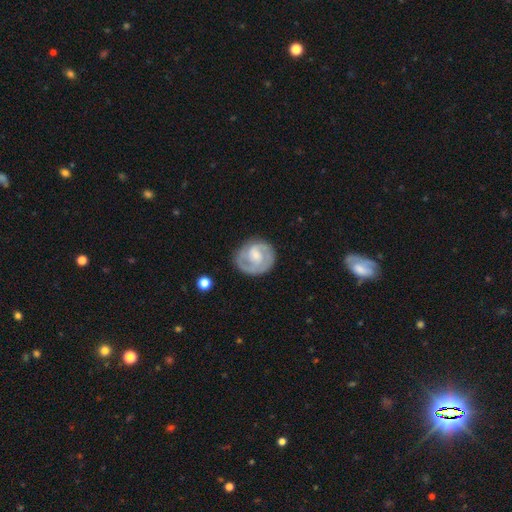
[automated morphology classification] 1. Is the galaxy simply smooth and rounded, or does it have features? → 81% featured or disk, 14% smooth, 5% star or artifact.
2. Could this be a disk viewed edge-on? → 98% no, 2% yes.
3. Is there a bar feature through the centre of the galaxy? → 48% no, 43% weak, 9% strong.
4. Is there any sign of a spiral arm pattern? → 95% yes, 5% no.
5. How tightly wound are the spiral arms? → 52% tight, 39% medium, 9% loose.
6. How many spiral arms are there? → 69% 2, 10% can't tell, 9% 1, 9% 3, 2% 4, 2% more than 4.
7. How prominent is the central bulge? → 53% small, 35% moderate, 7% none, 4% large, 1% dominant.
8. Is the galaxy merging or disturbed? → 77% none, 15% minor disturbance, 6% major disturbance, 1% merger.